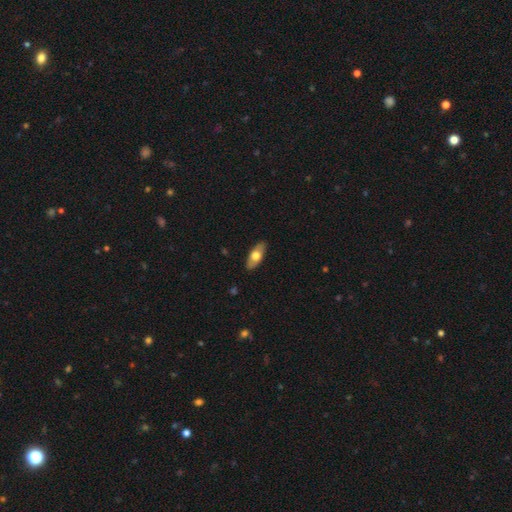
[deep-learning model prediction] This appears to be a smooth galaxy with no disk features (61%) that is in between round and cigar-shaped (83%). Merging: none (87%).